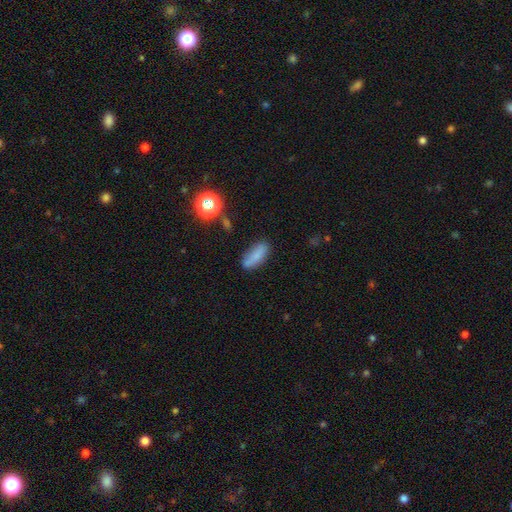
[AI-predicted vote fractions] Smooth or featured? smooth (77%)
How rounded? in between (65%)
Merging? none (74%)